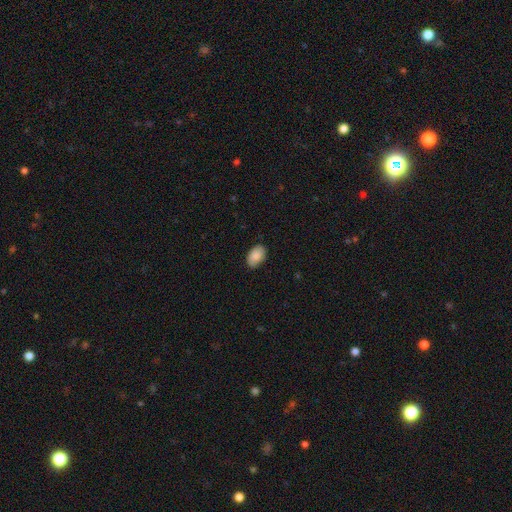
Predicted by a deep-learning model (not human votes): smooth 88%, star or artifact 6%, featured or disk 6%. Down the decision tree: how rounded — in between (91%); merging — none (83%).